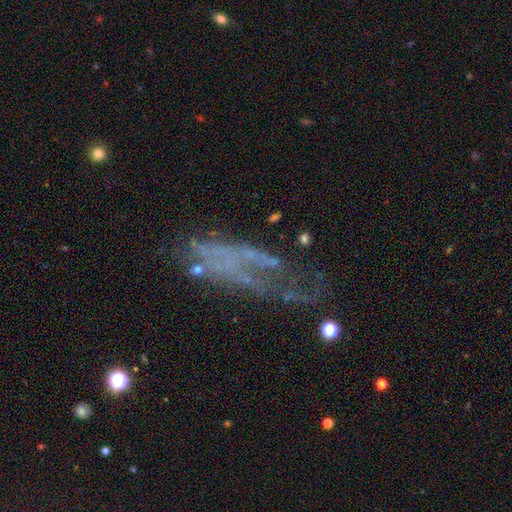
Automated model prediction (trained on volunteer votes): Overall: featured or disk (58%; smooth 21%). Edge-on disk: no (87%). Bar: no (86%). Spiral arms: no (77%). Bulge size: none (82%). Merging: major disturbance (40%; none 34%).